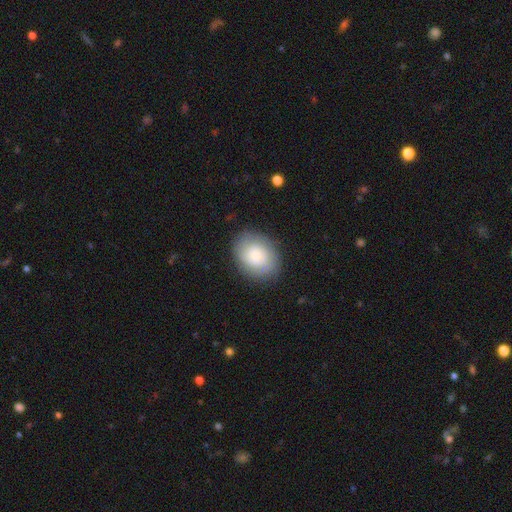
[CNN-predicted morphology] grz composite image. It shows a smooth galaxy with no disk features (71%) that is in between round and cigar-shaped (57%). Merging: none (82%).